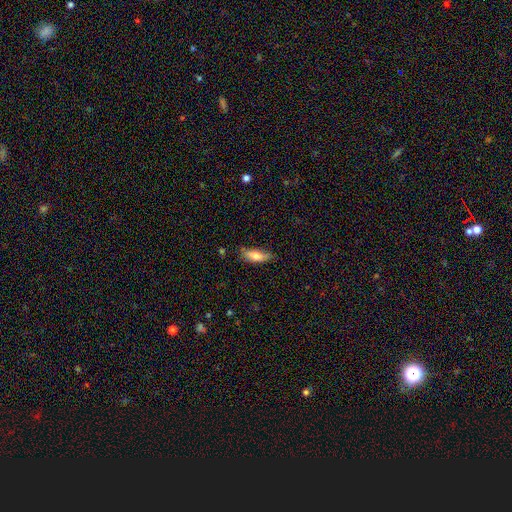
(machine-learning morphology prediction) Q: Smooth or featured?
A: smooth (73%); runner-up: featured or disk (20%)
Q: How rounded?
A: in between (63%); runner-up: cigar-shaped (35%)
Q: Merging?
A: none (64%); runner-up: minor disturbance (28%)